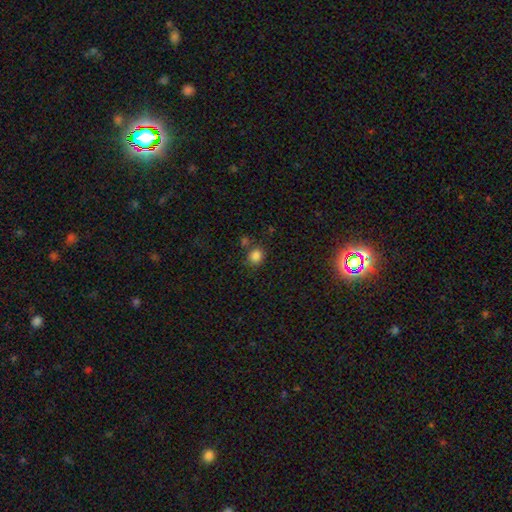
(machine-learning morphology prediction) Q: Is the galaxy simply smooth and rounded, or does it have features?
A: smooth — 84%.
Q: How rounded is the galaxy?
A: round — 74%.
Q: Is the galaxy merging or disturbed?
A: none — 72%.